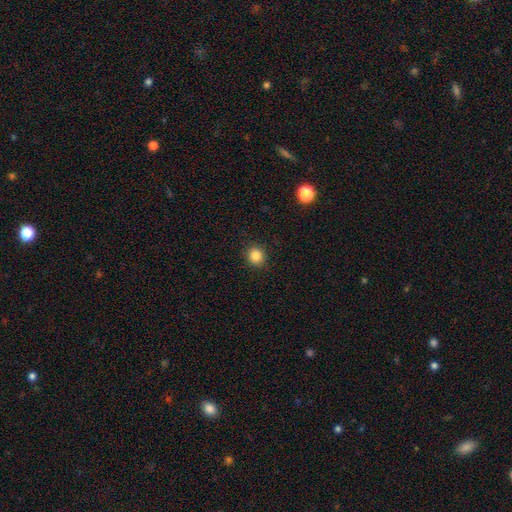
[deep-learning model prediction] smooth_or_featured: smooth (p=0.85) [alt: star or artifact p=0.11]
how_rounded: round (p=0.86) [alt: in between p=0.13]
merging: none (p=0.91) [alt: minor disturbance p=0.06]